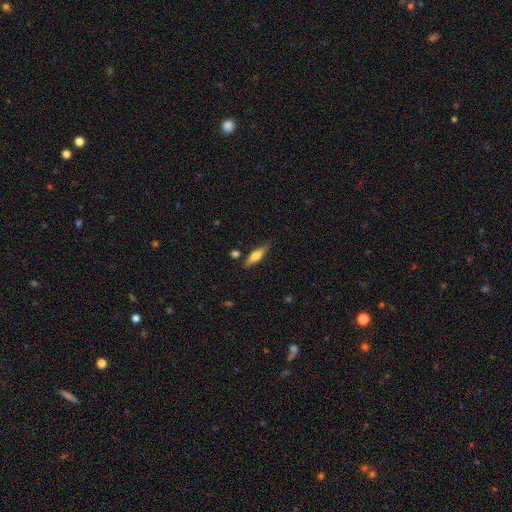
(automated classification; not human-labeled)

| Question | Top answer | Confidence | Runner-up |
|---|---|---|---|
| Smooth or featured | smooth | 59% | featured or disk (34%) |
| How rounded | cigar-shaped | 62% | in between (36%) |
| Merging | none | 79% | minor disturbance (14%) |